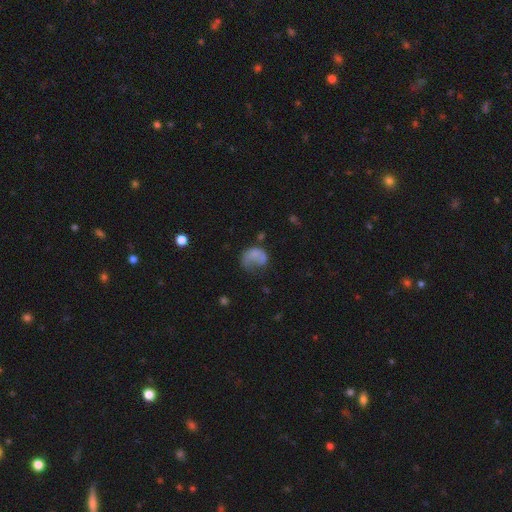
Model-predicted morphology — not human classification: smooth_or_featured: smooth (p=0.56) [alt: featured or disk p=0.34]
how_rounded: in between (p=0.52) [alt: round p=0.46]
merging: major disturbance (p=0.49) [alt: none p=0.25]